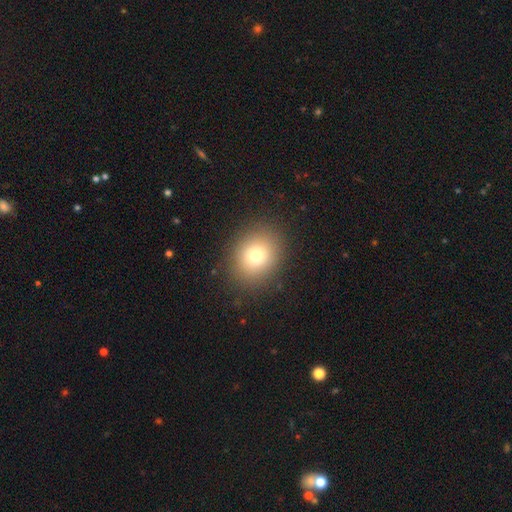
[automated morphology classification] smooth 78%, star or artifact 12%, featured or disk 10%. Down the decision tree: how rounded — round (60%); merging — none (88%).